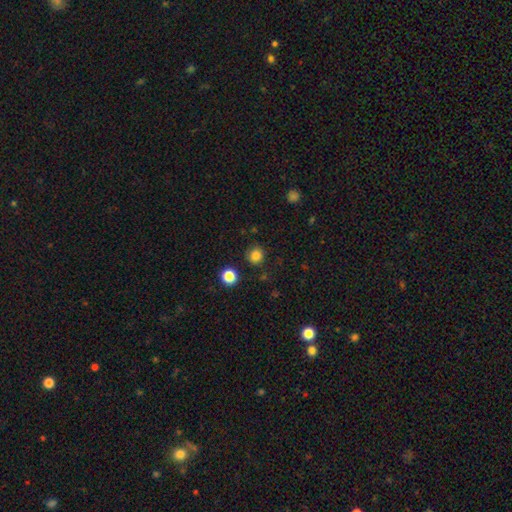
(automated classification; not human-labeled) This appears to be a smooth galaxy with no disk features (83%) that is round (92%). Merging: none (89%).